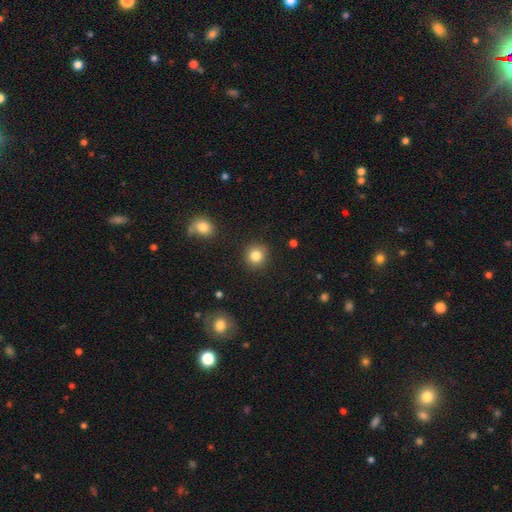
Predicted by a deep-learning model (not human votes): Smooth or featured? smooth (84%)
How rounded? round (91%)
Merging? none (89%)